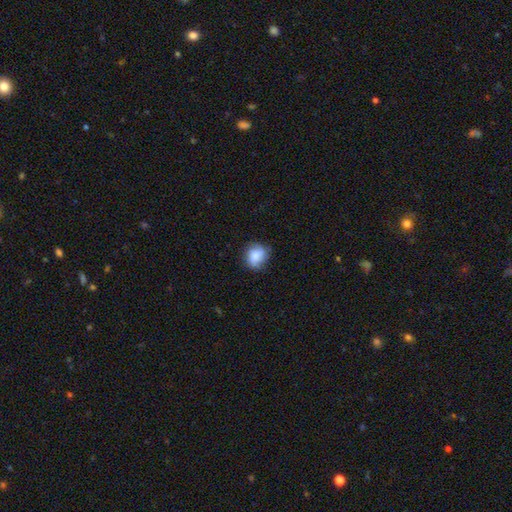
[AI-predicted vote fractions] Smooth or featured?
  - smooth: 81% *
  - featured or disk: 11%
  - star or artifact: 8%
How rounded?
  - round: 70% *
  - in between: 29%
  - cigar-shaped: 1%
Merging?
  - none: 72% *
  - minor disturbance: 22%
  - major disturbance: 5%
  - merger: 1%